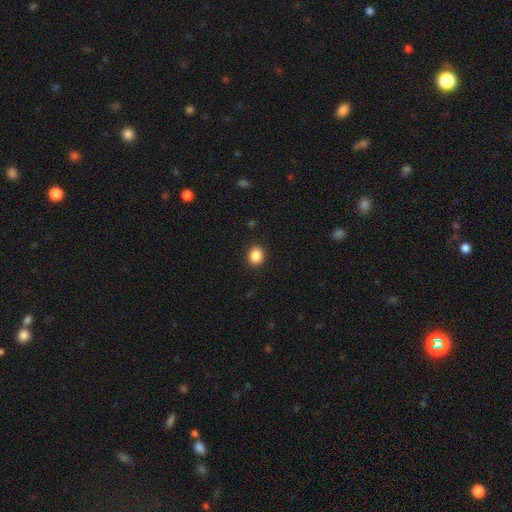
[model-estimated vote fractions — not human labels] Smooth or featured?
  - smooth: 87% *
  - star or artifact: 9%
  - featured or disk: 4%
How rounded?
  - round: 59% *
  - in between: 40%
  - cigar-shaped: 1%
Merging?
  - none: 91% *
  - minor disturbance: 6%
  - major disturbance: 2%
  - merger: 1%